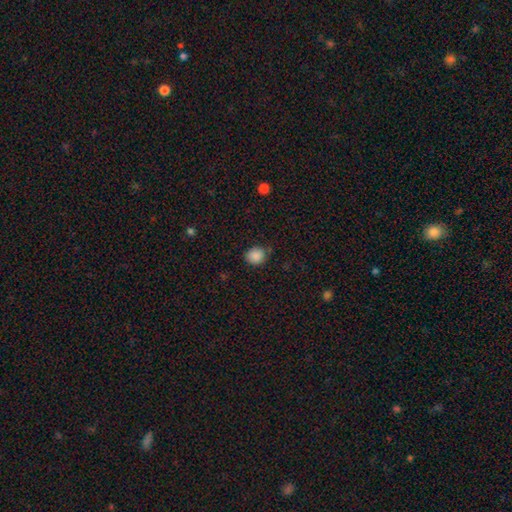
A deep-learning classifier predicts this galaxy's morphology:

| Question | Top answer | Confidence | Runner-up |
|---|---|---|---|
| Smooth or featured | smooth | 87% | star or artifact (10%) |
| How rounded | round | 74% | in between (25%) |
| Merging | none | 77% | minor disturbance (18%) |